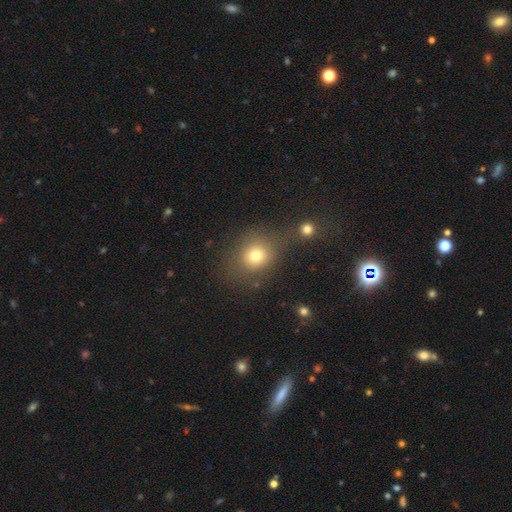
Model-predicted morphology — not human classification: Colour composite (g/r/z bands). It shows a smooth galaxy with no disk features (75%) that is round (72%). Merging: none (63%).